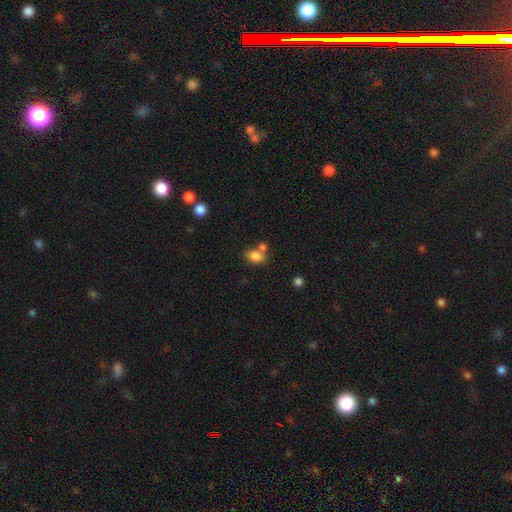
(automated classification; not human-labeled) Smooth or featured: smooth — 83% (star or artifact — 10%)
How rounded: in between — 73% (round — 25%)
Merging: none — 48% (merger — 34%)